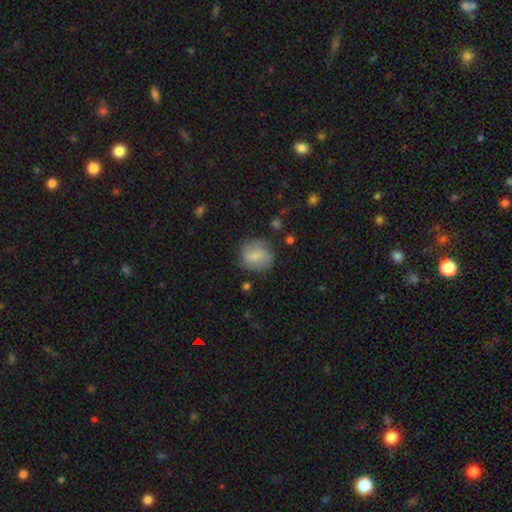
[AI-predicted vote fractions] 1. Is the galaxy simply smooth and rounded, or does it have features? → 68% smooth, 24% featured or disk, 8% star or artifact.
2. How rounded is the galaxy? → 76% round, 23% in between, 1% cigar-shaped.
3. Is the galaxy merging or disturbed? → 70% none, 20% minor disturbance, 8% major disturbance, 2% merger.